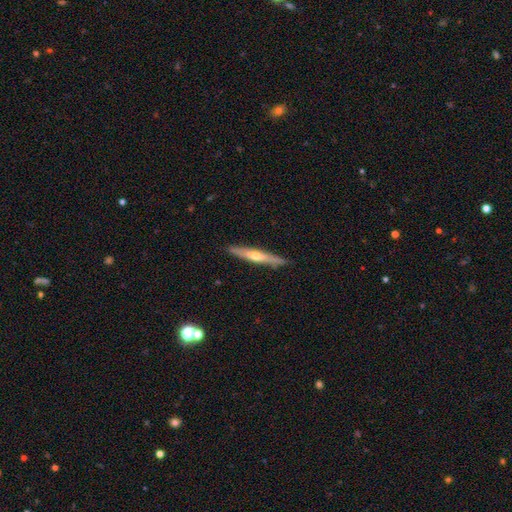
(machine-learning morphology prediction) This appears to be a featured or disk galaxy (57%) viewed edge-on (93%) with a rounded central bulge (79%). Merging: none (89%).